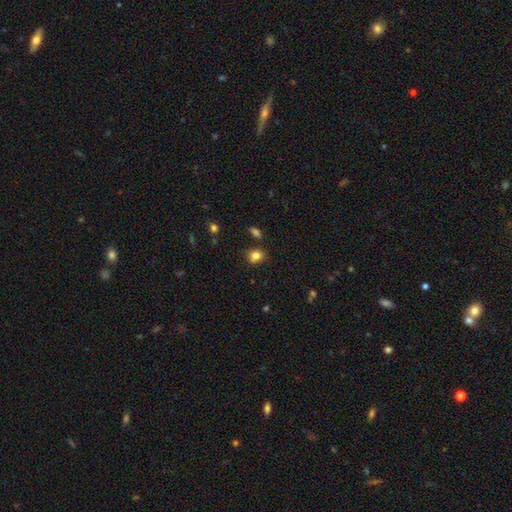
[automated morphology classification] Smooth or featured: smooth — 82% (star or artifact — 12%)
How rounded: round — 62% (in between — 37%)
Merging: none — 80% (minor disturbance — 13%)